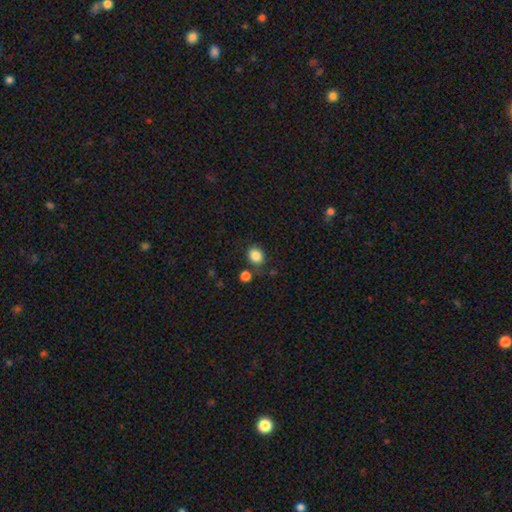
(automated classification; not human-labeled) Smooth or featured: smooth — 85% (star or artifact — 10%)
How rounded: round — 60% (in between — 39%)
Merging: none — 74% (minor disturbance — 12%)